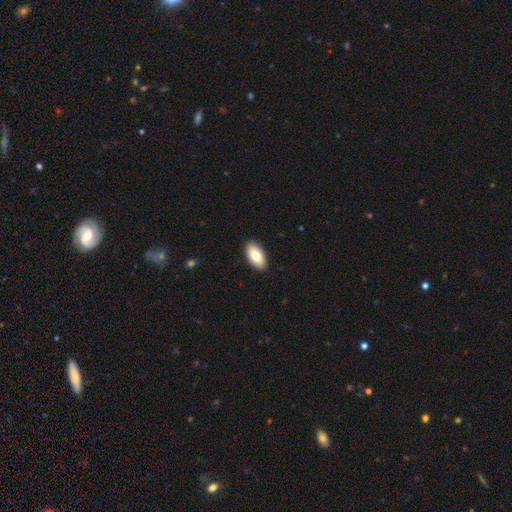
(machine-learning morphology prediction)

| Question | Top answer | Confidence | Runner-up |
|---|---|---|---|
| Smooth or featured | smooth | 82% | featured or disk (12%) |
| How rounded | in between | 94% | cigar-shaped (3%) |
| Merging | none | 91% | minor disturbance (7%) |